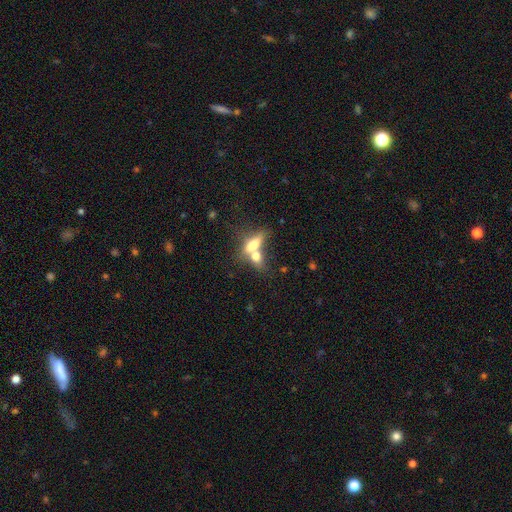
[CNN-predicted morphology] smooth-or-featured: smooth: 65% | featured or disk: 27% | star or artifact: 8%
  how-rounded: in between: 66% | cigar-shaped: 24% | round: 10%
  merging: merger: 65% | none: 22% | minor disturbance: 7% | major disturbance: 6%